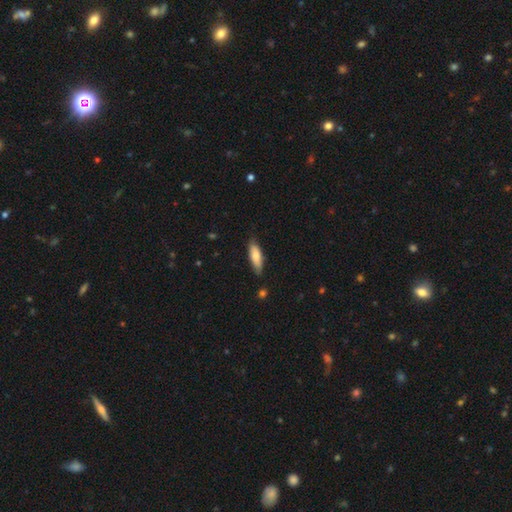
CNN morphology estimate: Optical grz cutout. It shows a smooth galaxy with no disk features (76%) that is in between round and cigar-shaped (51%). Merging: none (80%).